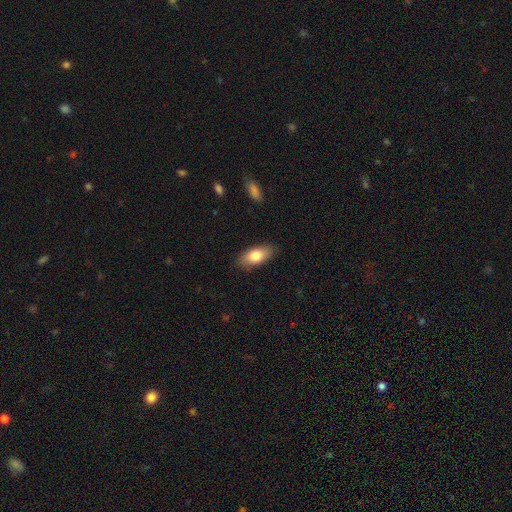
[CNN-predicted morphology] A smooth galaxy with no disk features (79%) that is in between round and cigar-shaped (87%). Merging: none (87%).